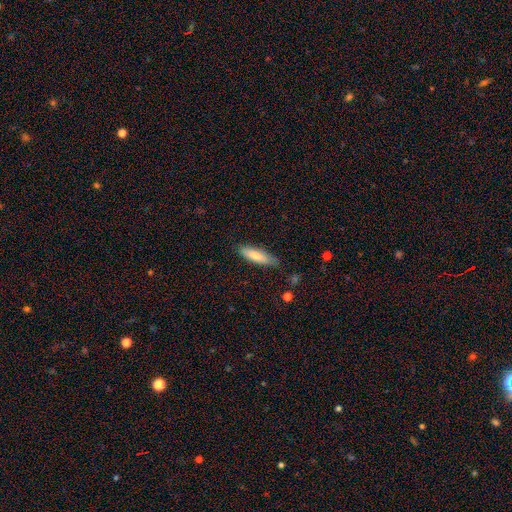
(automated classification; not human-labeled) Smooth or featured? smooth (76%)
How rounded? cigar-shaped (55%)
Merging? none (78%)